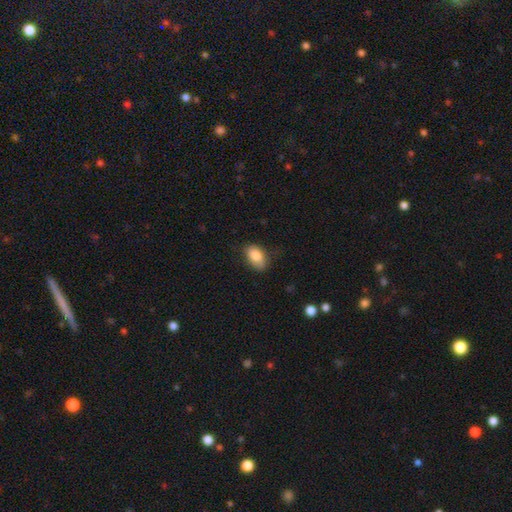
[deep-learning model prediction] smooth-or-featured: smooth: 86% | star or artifact: 7% | featured or disk: 7%
  how-rounded: in between: 89% | round: 9% | cigar-shaped: 2%
  merging: none: 71% | minor disturbance: 23% | major disturbance: 5% | merger: 1%